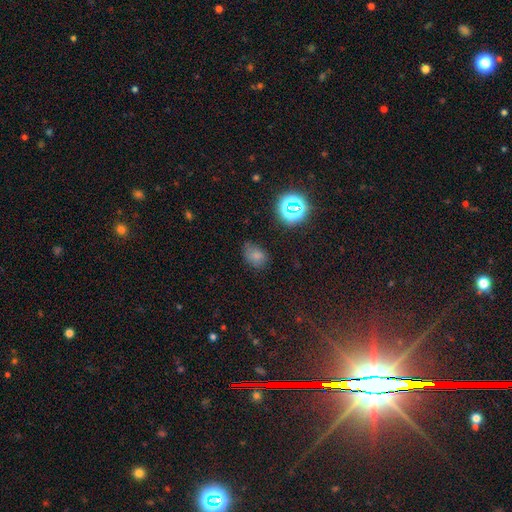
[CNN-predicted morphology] type=smooth (70%); roundness=in between (67%); merging=none (62%).